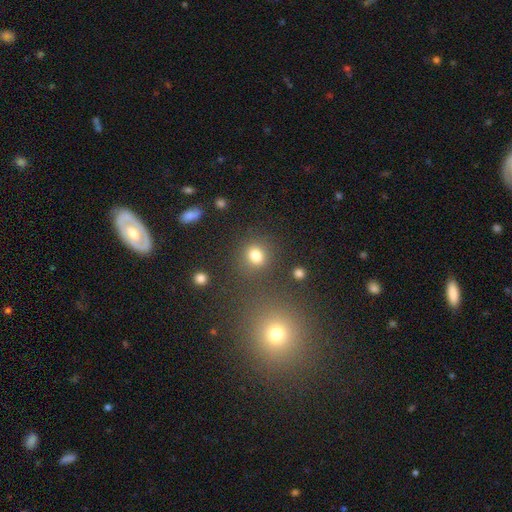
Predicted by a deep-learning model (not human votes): A smooth galaxy with no disk features (79%) that is round (74%).

Vote fractions:
- Smooth or featured? smooth: 79% / star or artifact: 15% / featured or disk: 6%
- How rounded? round: 74% / in between: 25% / cigar-shaped: 1%
- Merging? none: 79% / minor disturbance: 10% / merger: 6% / major disturbance: 5%